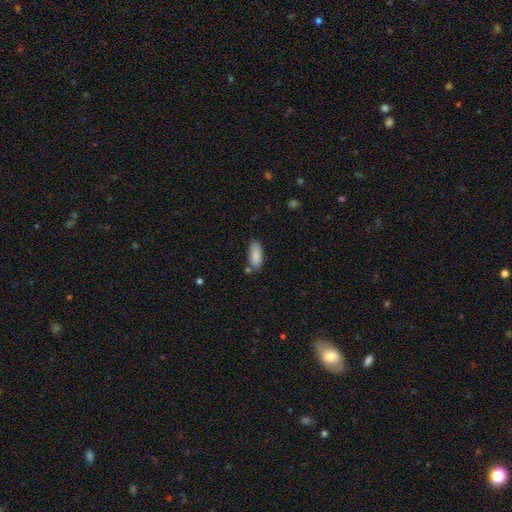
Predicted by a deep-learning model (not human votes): The model was most divided on "merging": none: 73%, minor disturbance: 17%, merger: 7%, major disturbance: 4%. More confident: smooth or featured — smooth (87%); how rounded — in between (83%).